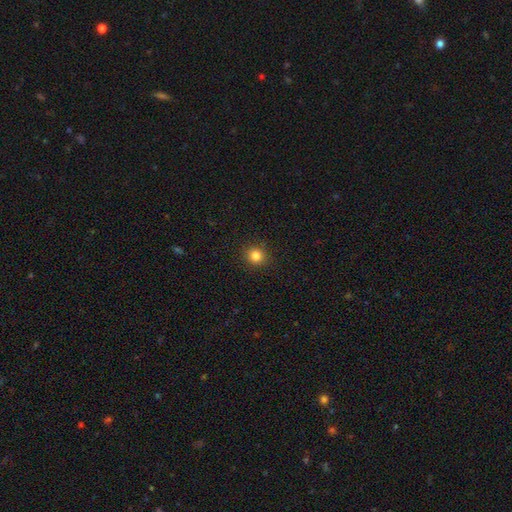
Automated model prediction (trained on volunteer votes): Smooth or featured: smooth — 83% (star or artifact — 12%)
How rounded: round — 91% (in between — 8%)
Merging: none — 91% (minor disturbance — 6%)